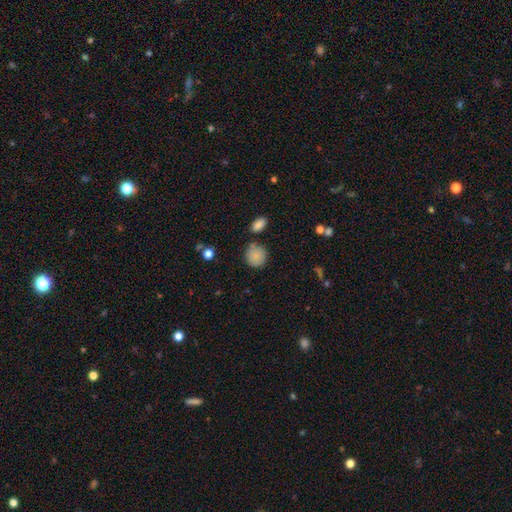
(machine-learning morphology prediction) smooth 86%, star or artifact 8%, featured or disk 6%. Down the decision tree: how rounded — round (85%); merging — none (71%).